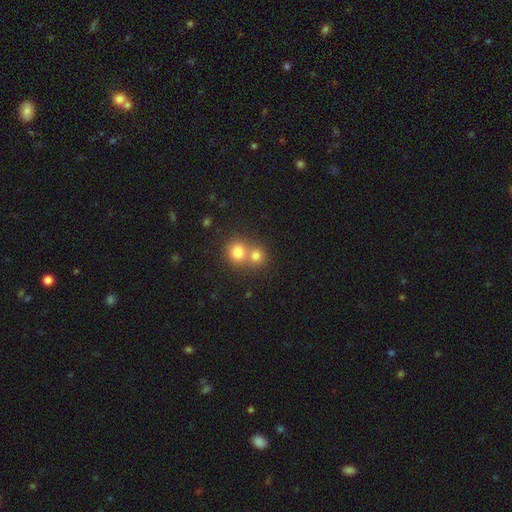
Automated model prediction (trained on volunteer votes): This is likely a smooth galaxy (77%). How rounded: clearly round (86%). Merging: possibly merger (53%).